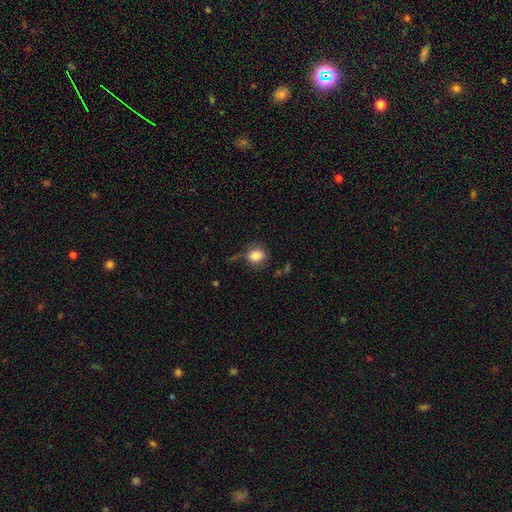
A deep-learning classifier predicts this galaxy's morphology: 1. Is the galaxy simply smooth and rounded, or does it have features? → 83% smooth, 9% featured or disk, 8% star or artifact.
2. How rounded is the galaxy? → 55% round, 43% in between, 1% cigar-shaped.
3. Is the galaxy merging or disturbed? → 57% none, 25% minor disturbance, 14% major disturbance, 4% merger.